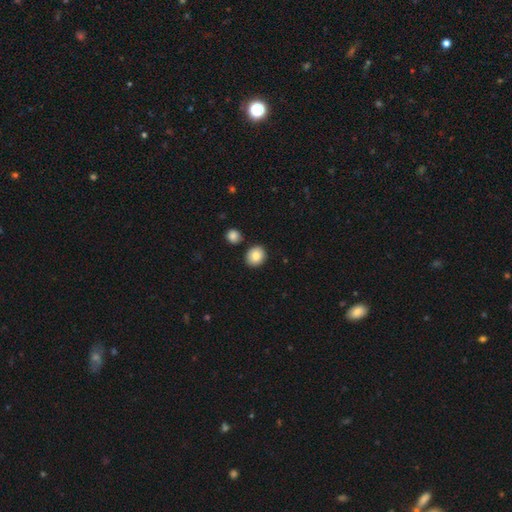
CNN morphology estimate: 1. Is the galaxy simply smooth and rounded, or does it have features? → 84% smooth, 8% star or artifact, 7% featured or disk.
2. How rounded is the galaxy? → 75% round, 24% in between, 1% cigar-shaped.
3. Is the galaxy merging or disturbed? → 85% none, 8% minor disturbance, 5% merger, 2% major disturbance.